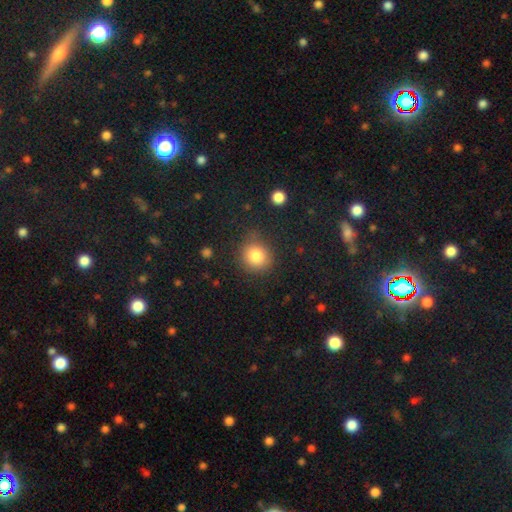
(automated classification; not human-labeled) This appears to be a smooth galaxy with no disk features (83%) that is round (83%). Merging: none (76%).